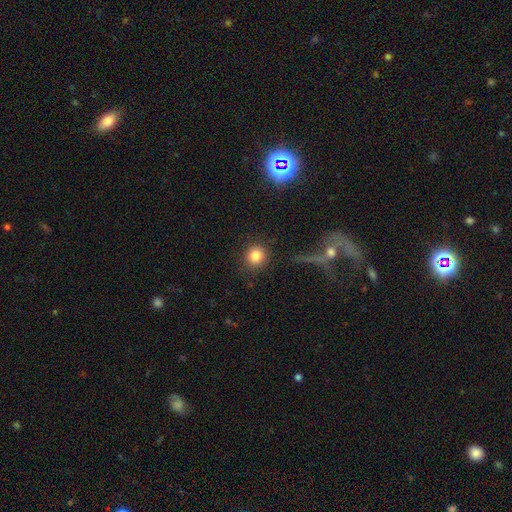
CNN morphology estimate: This is clearly a smooth galaxy (84%). How rounded: clearly round (90%). Merging: clearly none (86%).